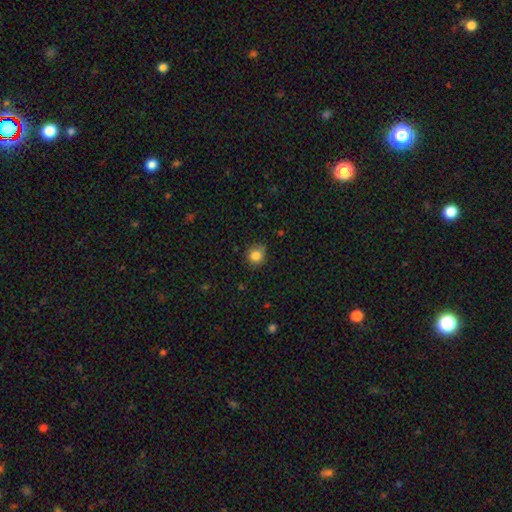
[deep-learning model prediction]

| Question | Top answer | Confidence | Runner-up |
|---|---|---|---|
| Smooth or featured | smooth | 84% | star or artifact (11%) |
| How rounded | round | 87% | in between (12%) |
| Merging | none | 77% | minor disturbance (17%) |